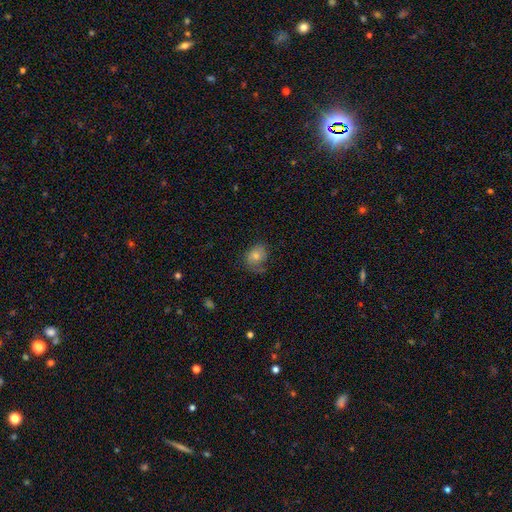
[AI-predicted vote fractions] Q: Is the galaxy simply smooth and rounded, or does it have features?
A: smooth — 60%.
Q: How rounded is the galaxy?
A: round — 50%.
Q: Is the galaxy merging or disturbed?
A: none — 59%.